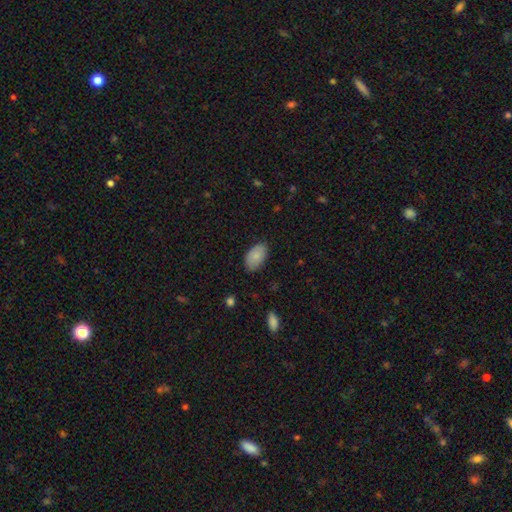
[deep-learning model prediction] smooth-or-featured: smooth: 85% | featured or disk: 9% | star or artifact: 7%
  how-rounded: in between: 94% | round: 5% | cigar-shaped: 2%
  merging: none: 81% | minor disturbance: 15% | major disturbance: 3% | merger: 1%